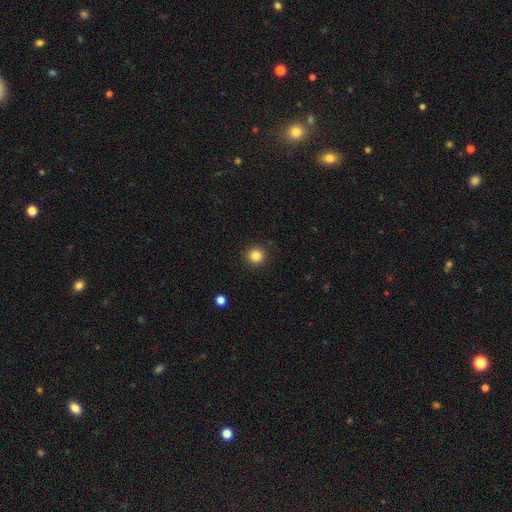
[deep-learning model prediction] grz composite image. It shows a smooth galaxy with no disk features (85%) that is round (95%). Merging: none (92%).